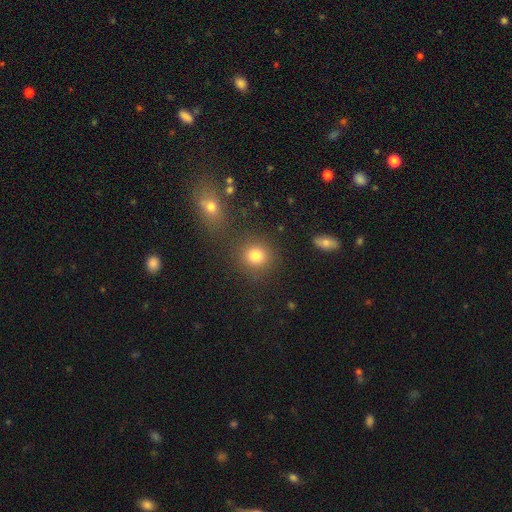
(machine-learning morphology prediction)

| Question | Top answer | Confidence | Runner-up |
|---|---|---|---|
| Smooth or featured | smooth | 81% | star or artifact (13%) |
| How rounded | round | 86% | in between (13%) |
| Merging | none | 79% | merger (9%) |